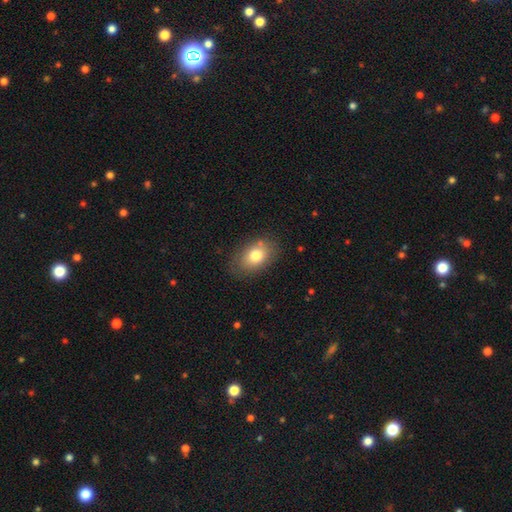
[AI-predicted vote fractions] This is likely a smooth galaxy (77%). How rounded: clearly in between (82%). Merging: likely none (80%).